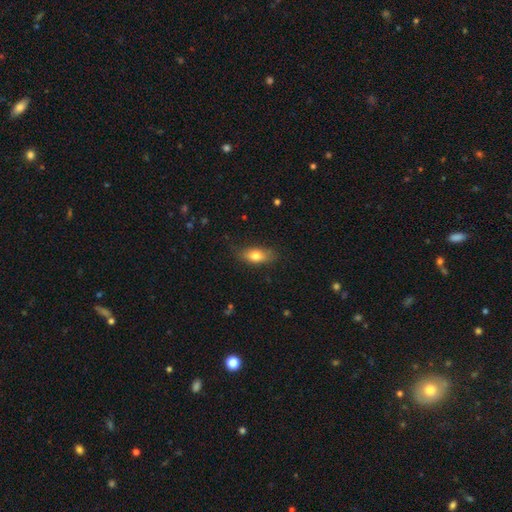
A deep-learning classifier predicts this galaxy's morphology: smooth 76%, featured or disk 17%, star or artifact 8%. Down the decision tree: how rounded — in between (81%); merging — none (75%).